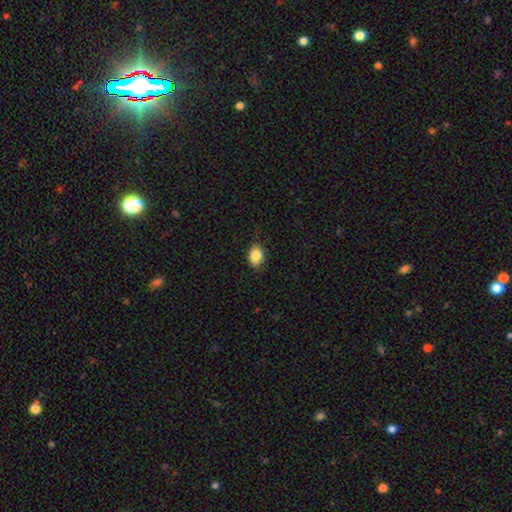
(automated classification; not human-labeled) Morphology: type=smooth (86%); roundness=in between (71%); merging=none (79%).